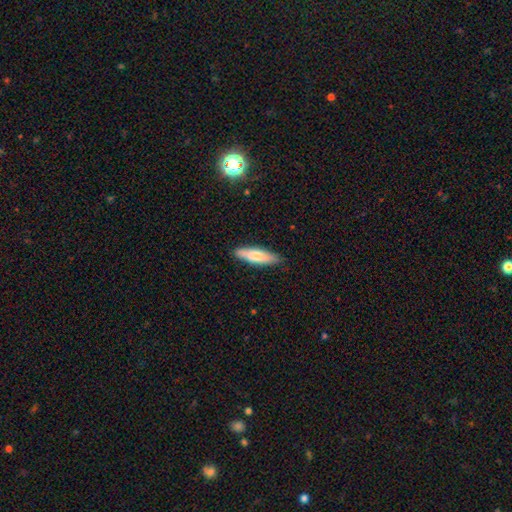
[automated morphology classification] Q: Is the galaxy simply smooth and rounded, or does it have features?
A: smooth — 73%.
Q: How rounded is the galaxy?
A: cigar-shaped — 65%.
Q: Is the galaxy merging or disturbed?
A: none — 85%.